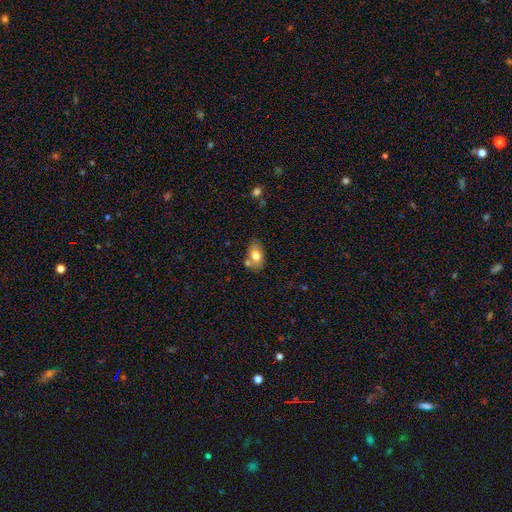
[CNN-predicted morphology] This is likely a smooth galaxy (73%). How rounded: clearly in between (88%). Merging: likely none (61%).